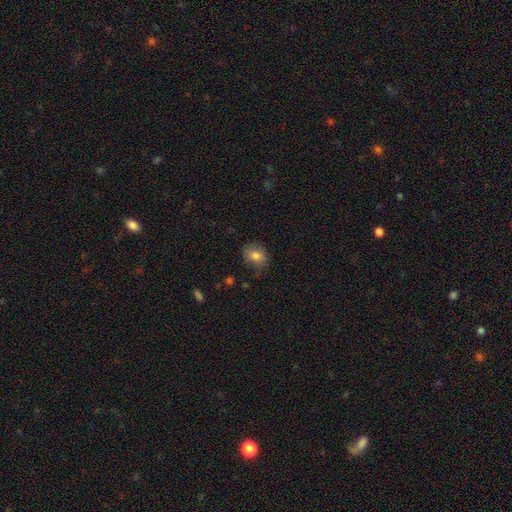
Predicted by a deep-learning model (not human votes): smooth 79%, featured or disk 11%, star or artifact 10%. Down the decision tree: how rounded — in between (52%); merging — none (75%).